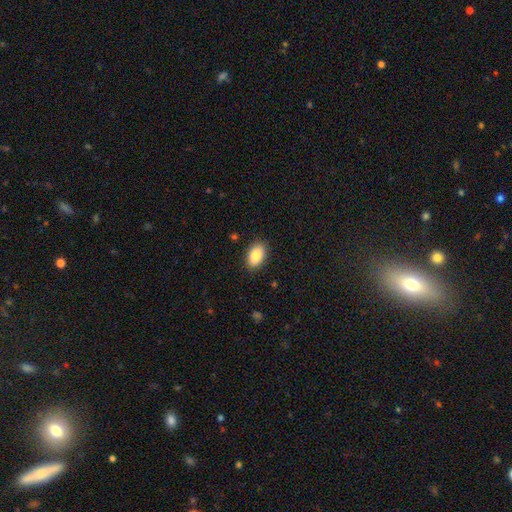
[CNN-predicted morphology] Smooth or featured?
  - smooth: 88% *
  - star or artifact: 7%
  - featured or disk: 5%
How rounded?
  - in between: 93% *
  - round: 6%
  - cigar-shaped: 1%
Merging?
  - none: 88% *
  - minor disturbance: 9%
  - major disturbance: 2%
  - merger: 1%